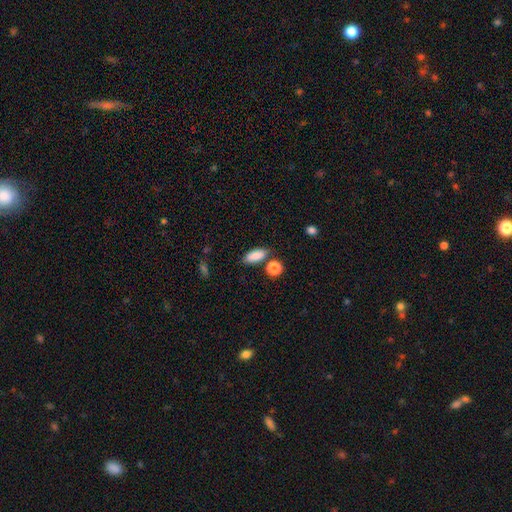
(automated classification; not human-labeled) smooth 87%, star or artifact 8%, featured or disk 6%. Down the decision tree: how rounded — in between (83%); merging — none (75%).